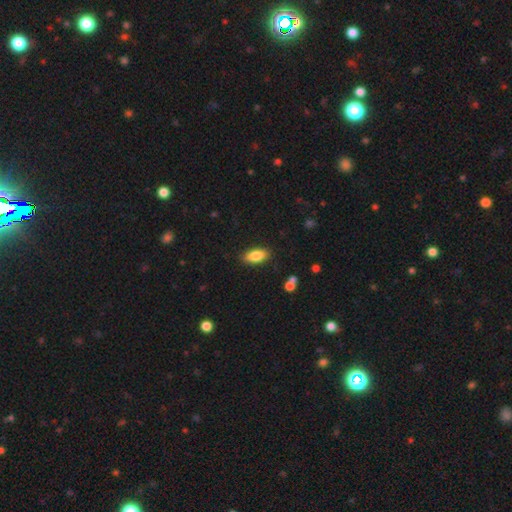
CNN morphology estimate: Smooth or featured? Predicted: smooth (p=0.85). How rounded? Predicted: in between (p=0.87). Merging? Predicted: none (p=0.88).